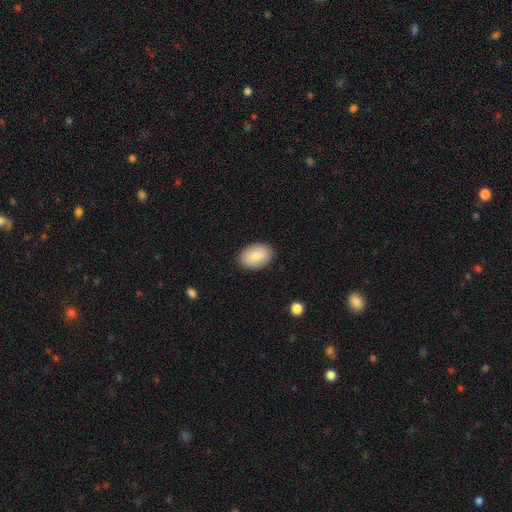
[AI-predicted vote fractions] Smooth or featured? Predicted: smooth (p=0.83). How rounded? Predicted: in between (p=0.84). Merging? Predicted: none (p=0.88).